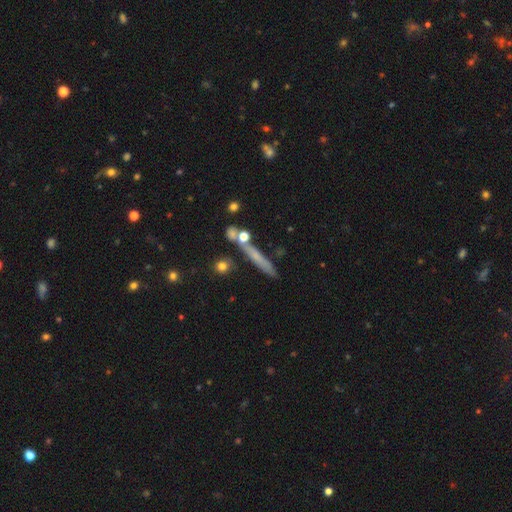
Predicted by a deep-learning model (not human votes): Morphology: type=smooth (49%); merging=none (78%).